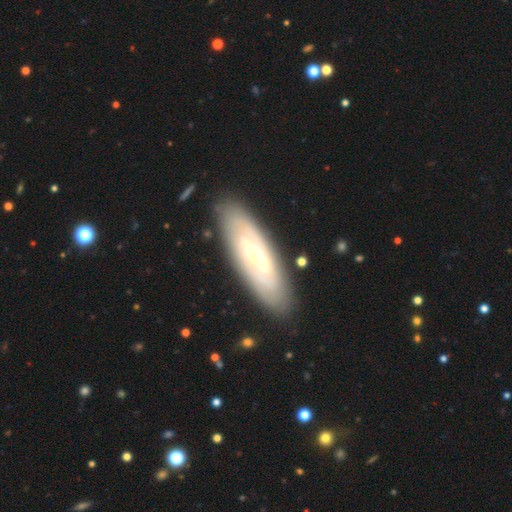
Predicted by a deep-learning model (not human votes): A featured or disk galaxy (73%) with a strong bar (41%), spiral arms (59%) and a moderate central bulge (47%). Merging: none (86%).